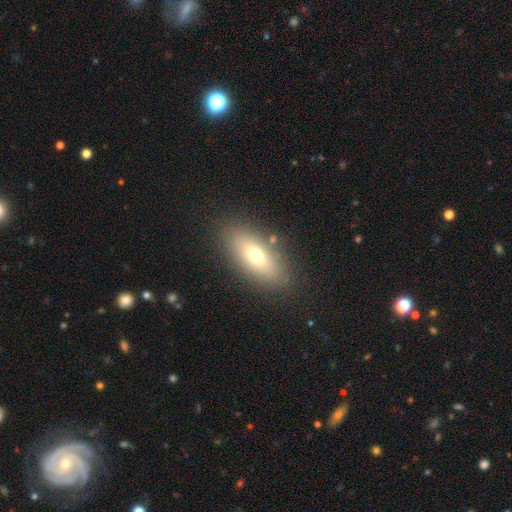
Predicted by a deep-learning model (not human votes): smooth 66%, featured or disk 25%, star or artifact 9%. Down the decision tree: how rounded — in between (79%); merging — none (85%).